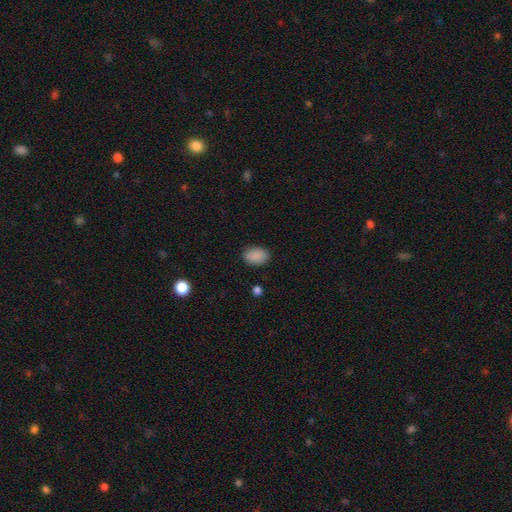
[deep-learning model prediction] This is clearly a smooth galaxy (89%). How rounded: clearly in between (82%). Merging: clearly none (88%).